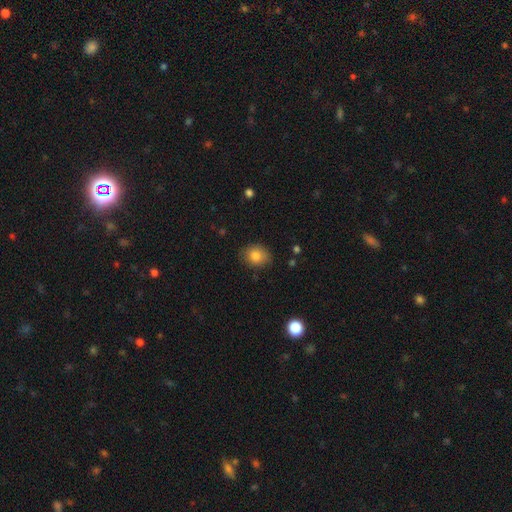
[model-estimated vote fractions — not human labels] Overall: smooth (84%). How rounded: round (52%; in between 47%). Merging: none (80%).